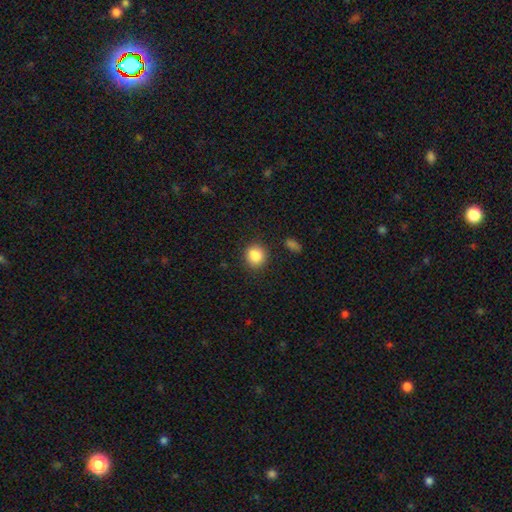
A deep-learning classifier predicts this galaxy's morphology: A smooth galaxy with no disk features (87%) that is round (84%).

Vote fractions:
- Smooth or featured? smooth: 87% / star or artifact: 9% / featured or disk: 4%
- How rounded? round: 84% / in between: 15% / cigar-shaped: 1%
- Merging? none: 87% / minor disturbance: 8% / major disturbance: 3% / merger: 2%